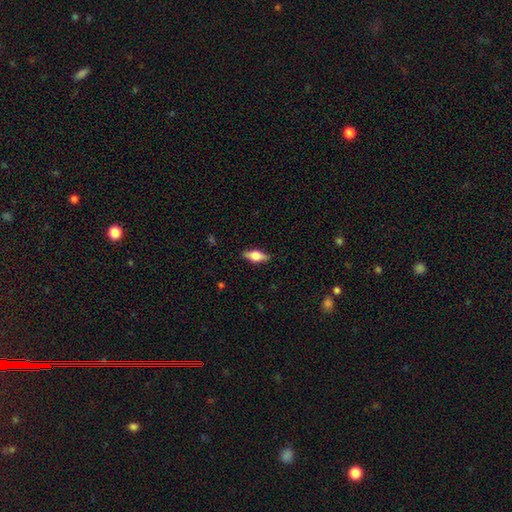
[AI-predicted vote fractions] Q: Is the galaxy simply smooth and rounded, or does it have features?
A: smooth — 49%.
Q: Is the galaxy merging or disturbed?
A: none — 87%.